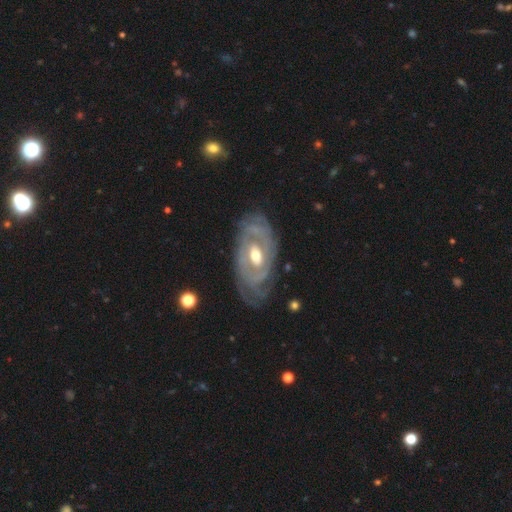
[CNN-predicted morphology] A featured or disk galaxy (85%) with no bar (46%), tight (72%) spiral arms (83%) and a moderate central bulge (71%).

Vote fractions:
- Smooth or featured? featured or disk: 85% / smooth: 11% / star or artifact: 5%
- Edge-on disk? no: 94% / yes: 6%
- Bar? no: 46% / weak: 37% / strong: 17%
- Spiral arms? yes: 83% / no: 17%
- Spiral winding? tight: 72% / medium: 20% / loose: 7%
- Spiral arm count? can't tell: 45% / 2: 27% / 3: 11% / 4: 6% / 1: 6% / more than 4: 5%
- Bulge size? moderate: 71% / small: 20% / large: 6% / none: 1% / dominant: 1%
- Merging? none: 70% / minor disturbance: 20% / major disturbance: 8% / merger: 2%